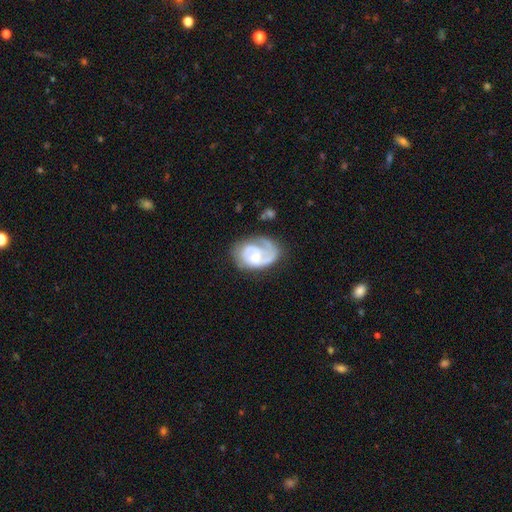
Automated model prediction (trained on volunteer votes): This appears to be a featured or disk galaxy (73%) with no bar (56%), 1 (39%) tight (41%) spiral arms (89%) and a small central bulge (37%). Merging: none (48%).